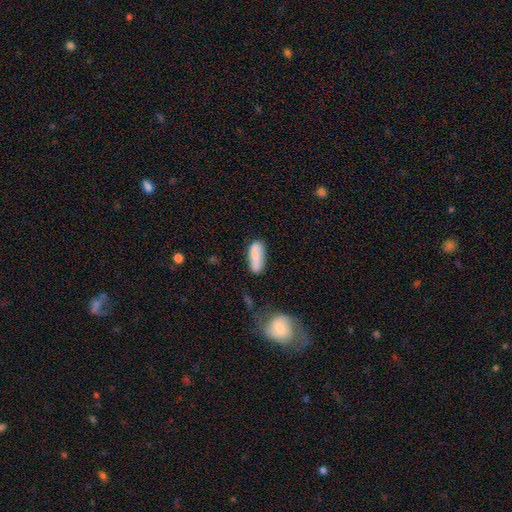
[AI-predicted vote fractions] smooth 72%, featured or disk 21%, star or artifact 7%. Down the decision tree: how rounded — in between (70%); merging — none (71%).